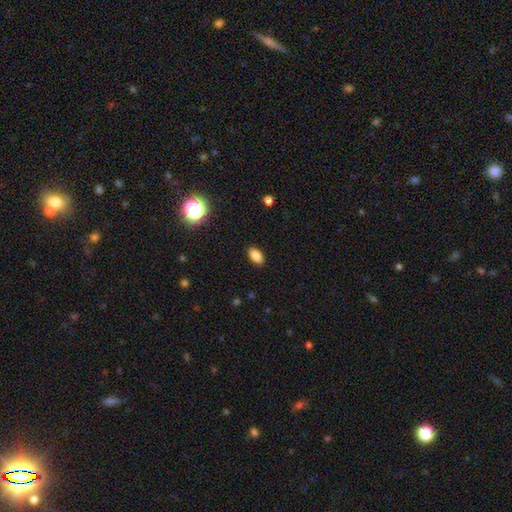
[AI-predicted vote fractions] This is clearly a smooth galaxy (84%). How rounded: clearly in between (91%). Merging: clearly none (89%).